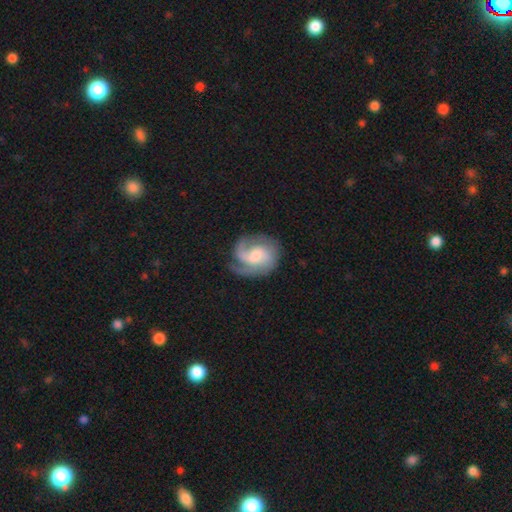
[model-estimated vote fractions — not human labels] A featured or disk galaxy (80%) with no bar (57%), 2 (46%) medium (47%) spiral arms (96%) and a moderate central bulge (45%).

Vote fractions:
- Smooth or featured? featured or disk: 80% / smooth: 14% / star or artifact: 5%
- Edge-on disk? no: 98% / yes: 2%
- Bar? no: 57% / weak: 36% / strong: 7%
- Spiral arms? yes: 96% / no: 4%
- Spiral winding? medium: 47% / tight: 34% / loose: 19%
- Spiral arm count? 2: 46% / 3: 20% / 1: 15% / can't tell: 12% / 4: 3% / more than 4: 3%
- Bulge size? moderate: 45% / small: 41% / large: 7% / none: 5% / dominant: 1%
- Merging? none: 64% / minor disturbance: 21% / major disturbance: 13% / merger: 2%